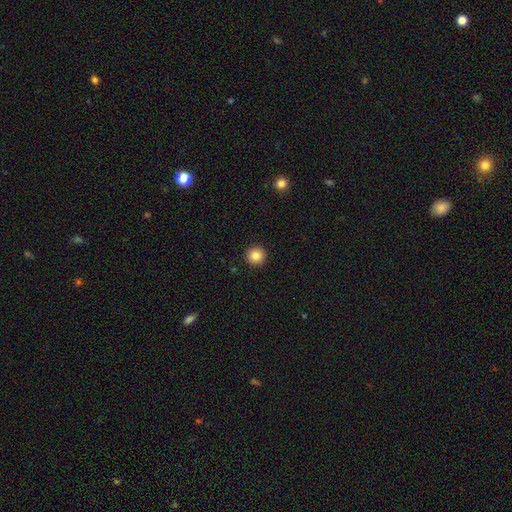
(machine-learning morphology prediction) smooth_or_featured: smooth (p=0.85) [alt: star or artifact p=0.10]
how_rounded: round (p=0.95) [alt: in between p=0.04]
merging: none (p=0.93) [alt: minor disturbance p=0.05]